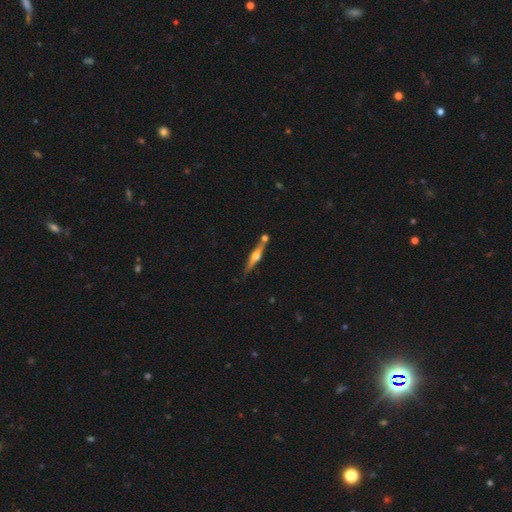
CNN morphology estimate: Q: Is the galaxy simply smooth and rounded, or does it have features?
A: featured or disk — 76%.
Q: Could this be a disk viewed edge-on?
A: yes — 98%.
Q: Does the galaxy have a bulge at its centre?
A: rounded — 94%.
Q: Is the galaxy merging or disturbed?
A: none — 77%.